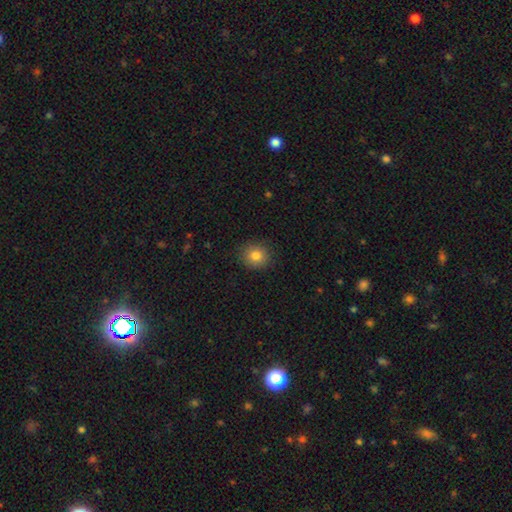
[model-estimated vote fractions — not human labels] A smooth galaxy with no disk features (83%) that is round (85%).

Vote fractions:
- Smooth or featured? smooth: 83% / star or artifact: 10% / featured or disk: 7%
- How rounded? round: 85% / in between: 14% / cigar-shaped: 1%
- Merging? none: 89% / minor disturbance: 8% / major disturbance: 2% / merger: 1%